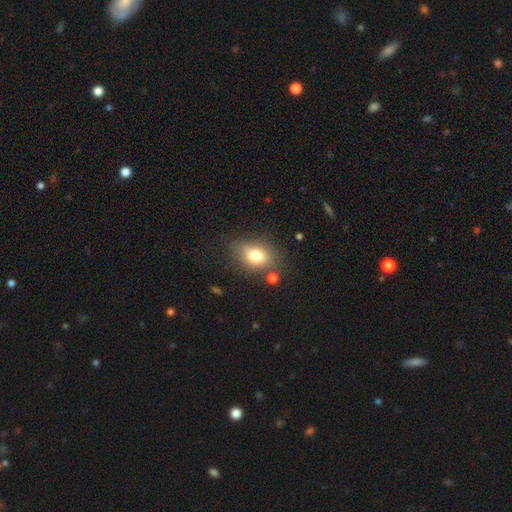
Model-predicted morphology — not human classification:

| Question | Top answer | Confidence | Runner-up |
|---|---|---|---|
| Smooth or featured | smooth | 76% | featured or disk (13%) |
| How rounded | in between | 66% | round (32%) |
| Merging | none | 74% | minor disturbance (15%) |